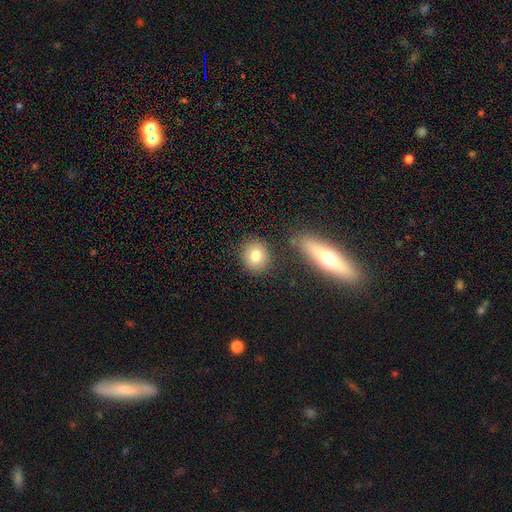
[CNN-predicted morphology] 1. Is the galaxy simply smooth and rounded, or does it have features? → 78% smooth, 12% featured or disk, 10% star or artifact.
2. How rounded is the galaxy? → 79% round, 19% in between, 1% cigar-shaped.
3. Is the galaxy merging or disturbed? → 83% none, 9% minor disturbance, 6% merger, 3% major disturbance.